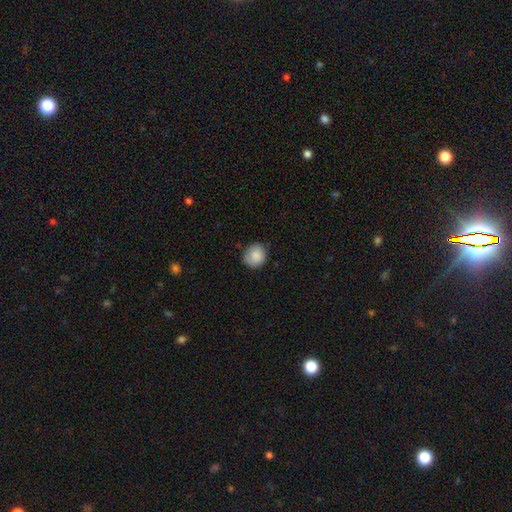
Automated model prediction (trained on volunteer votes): Q: Smooth or featured?
A: smooth (86%); runner-up: star or artifact (7%)
Q: How rounded?
A: round (87%); runner-up: in between (12%)
Q: Merging?
A: none (77%); runner-up: minor disturbance (19%)